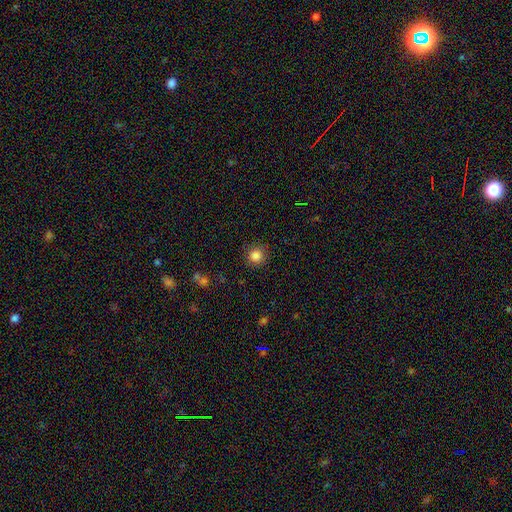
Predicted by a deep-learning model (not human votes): smooth_or_featured: smooth (p=0.84) [alt: star or artifact p=0.11]
how_rounded: round (p=0.93) [alt: in between p=0.06]
merging: none (p=0.88) [alt: minor disturbance p=0.08]